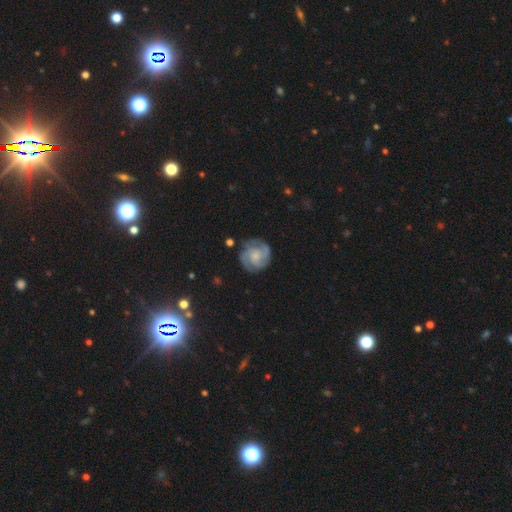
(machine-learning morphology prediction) Smooth or featured: featured or disk — 77% (smooth — 18%)
Edge-on disk: no — 98% (yes — 2%)
Bar: no — 69% (weak — 27%)
Spiral arms: yes — 95% (no — 5%)
Spiral winding: tight — 52% (medium — 39%)
Spiral arm count: 3 — 45% (2 — 24%)
Bulge size: small — 43% (moderate — 34%)
Merging: none — 79% (minor disturbance — 15%)